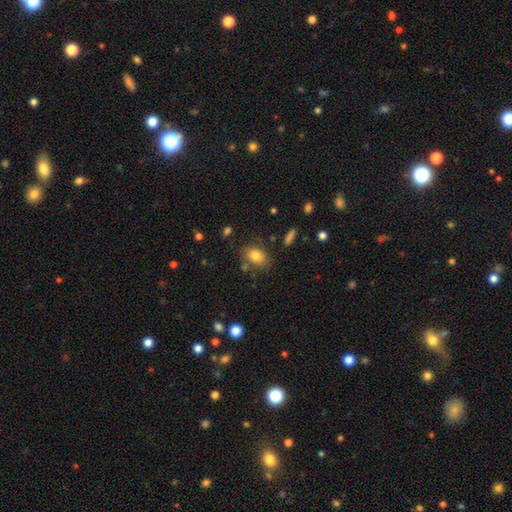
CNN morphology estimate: The model was most divided on "how rounded": in between: 78%, round: 20%, cigar-shaped: 2%. More confident: smooth or featured — smooth (80%); merging — none (74%).